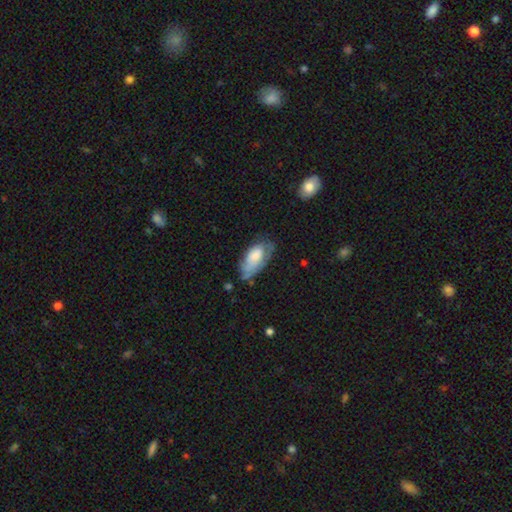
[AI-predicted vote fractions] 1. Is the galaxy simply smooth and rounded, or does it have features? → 58% smooth, 35% featured or disk, 7% star or artifact.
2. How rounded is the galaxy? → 91% in between, 7% cigar-shaped, 3% round.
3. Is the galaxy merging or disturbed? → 46% none, 34% minor disturbance, 17% major disturbance, 3% merger.